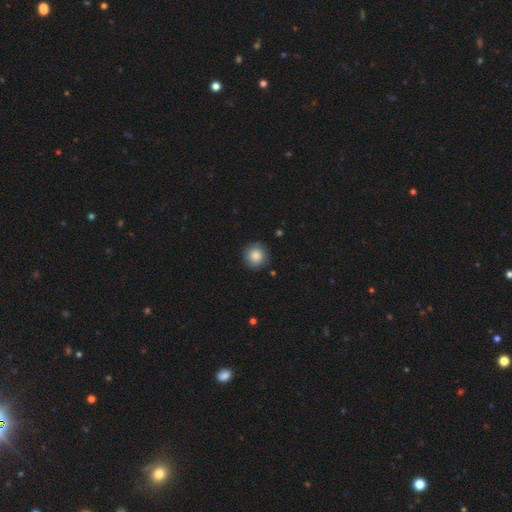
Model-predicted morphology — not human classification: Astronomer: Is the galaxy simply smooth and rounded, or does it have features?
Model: smooth — 85%.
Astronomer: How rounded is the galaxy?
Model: round — 93%.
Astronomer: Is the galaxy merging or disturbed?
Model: none — 86%.